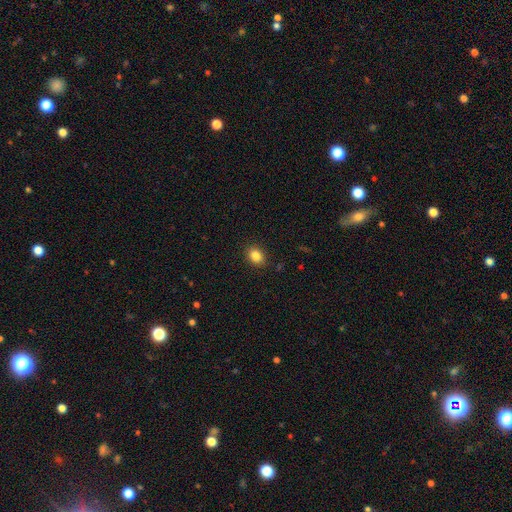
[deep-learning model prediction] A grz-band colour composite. It shows a smooth galaxy with no disk features (85%) that is in between round and cigar-shaped (59%). Merging: none (89%).